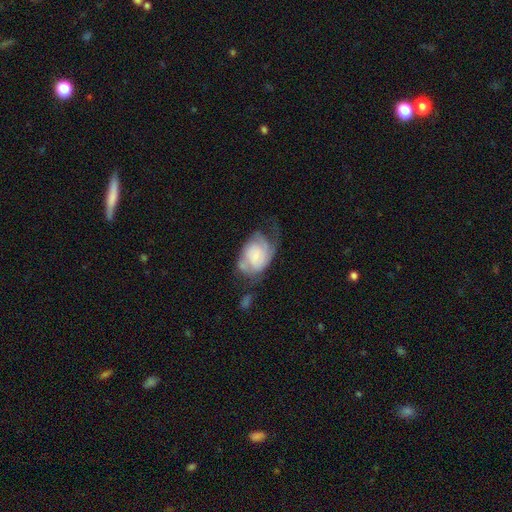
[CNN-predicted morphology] featured or disk 63%, smooth 30%, star or artifact 7%. Down the decision tree: edge-on disk — no (97%); bar — no (70%); spiral arms — yes (85%); spiral arm count — 2 (48%); spiral winding — tight (41%); bulge size — small (57%); merging — major disturbance (35%).